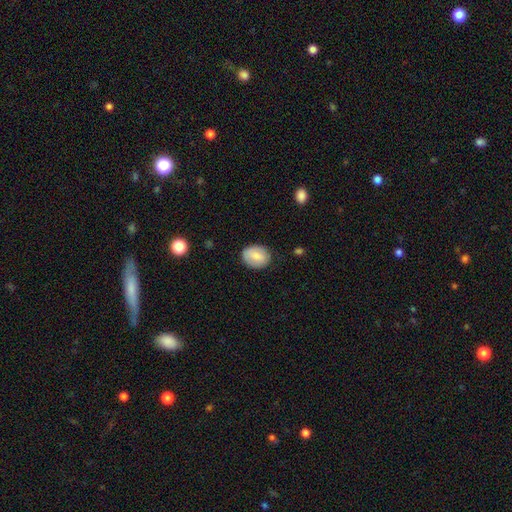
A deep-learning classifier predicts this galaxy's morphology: smooth 79%, featured or disk 14%, star or artifact 7%. Down the decision tree: how rounded — in between (58%); merging — none (80%).